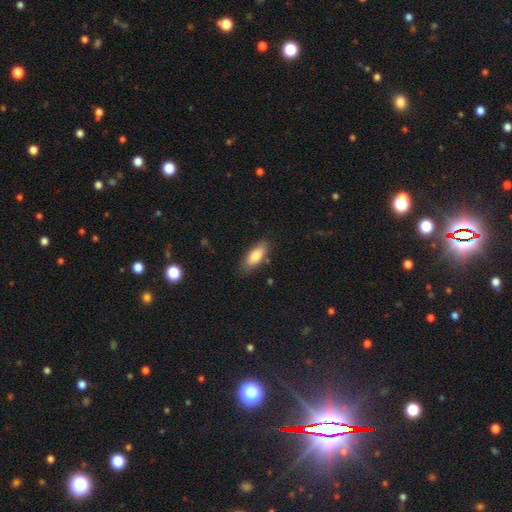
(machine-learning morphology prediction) smooth_or_featured: smooth (p=0.80) [alt: featured or disk p=0.13]
how_rounded: in between (p=0.78) [alt: cigar-shaped p=0.19]
merging: none (p=0.80) [alt: minor disturbance p=0.15]